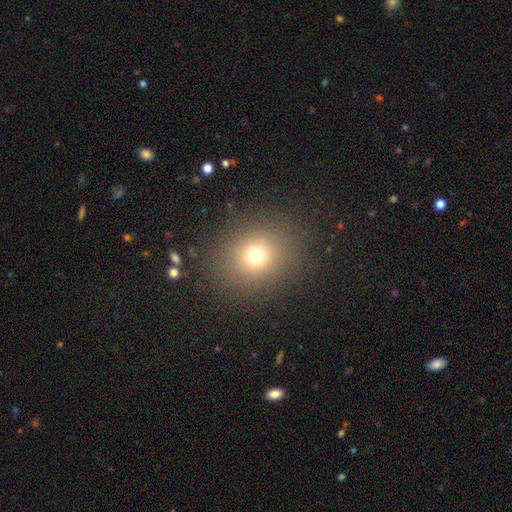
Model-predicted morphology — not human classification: smooth 70%, star or artifact 19%, featured or disk 11%. Down the decision tree: how rounded — round (74%); merging — none (85%).